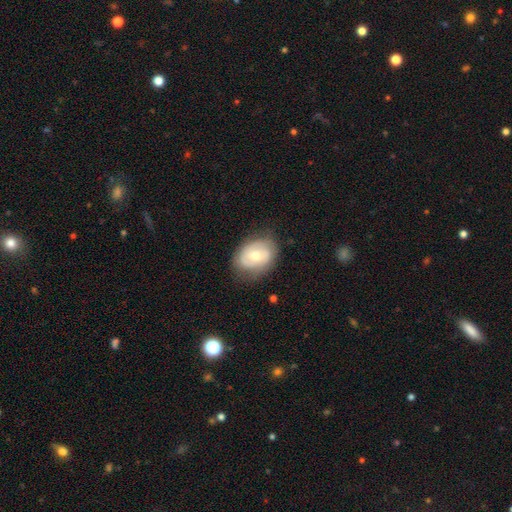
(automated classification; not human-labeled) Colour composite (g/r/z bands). It shows a featured or disk galaxy (49%). Merging: none (72%).